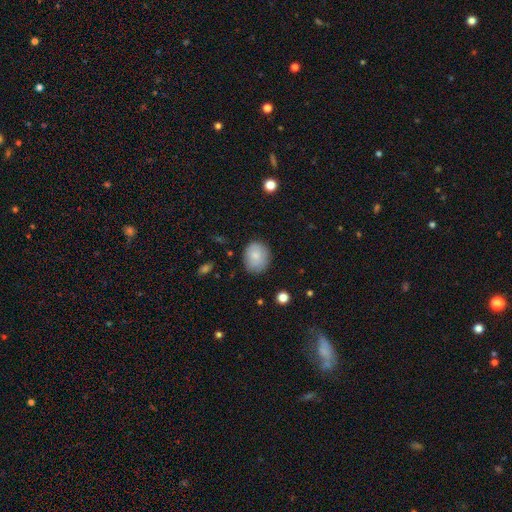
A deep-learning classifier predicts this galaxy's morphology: A smooth galaxy with no disk features (81%) that is round (59%).

Vote fractions:
- Smooth or featured? smooth: 81% / featured or disk: 12% / star or artifact: 7%
- How rounded? round: 59% / in between: 40% / cigar-shaped: 1%
- Merging? none: 79% / minor disturbance: 16% / major disturbance: 3% / merger: 1%